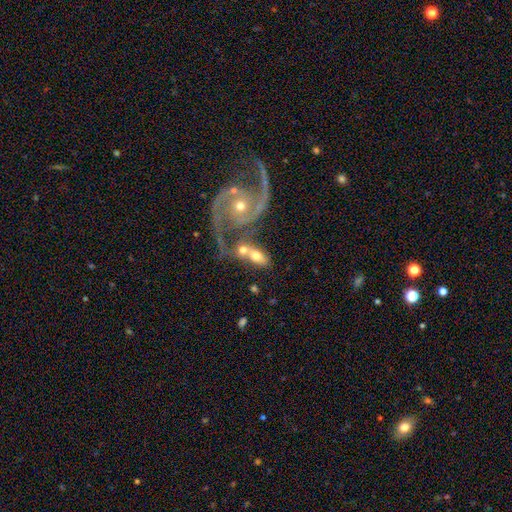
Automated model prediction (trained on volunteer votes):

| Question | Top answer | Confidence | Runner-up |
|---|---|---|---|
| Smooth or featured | featured or disk | 52% | smooth (41%) |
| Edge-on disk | no | 93% | yes (7%) |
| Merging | merger | 53% | none (27%) |